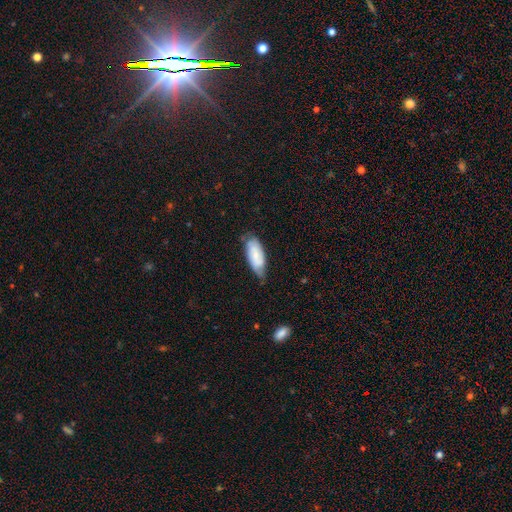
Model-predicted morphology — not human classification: A smooth galaxy with no disk features (59%) that is in between round and cigar-shaped (83%).

Vote fractions:
- Smooth or featured? smooth: 59% / featured or disk: 34% / star or artifact: 7%
- How rounded? in between: 83% / cigar-shaped: 15% / round: 2%
- Merging? none: 59% / minor disturbance: 33% / major disturbance: 7% / merger: 2%